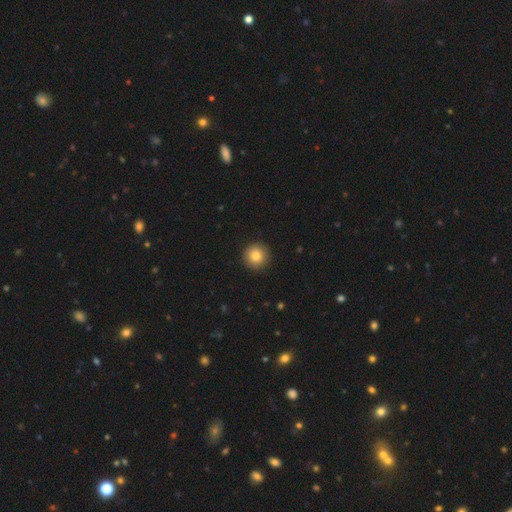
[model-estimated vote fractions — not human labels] This is clearly a smooth galaxy (84%). How rounded: clearly round (95%). Merging: clearly none (93%).